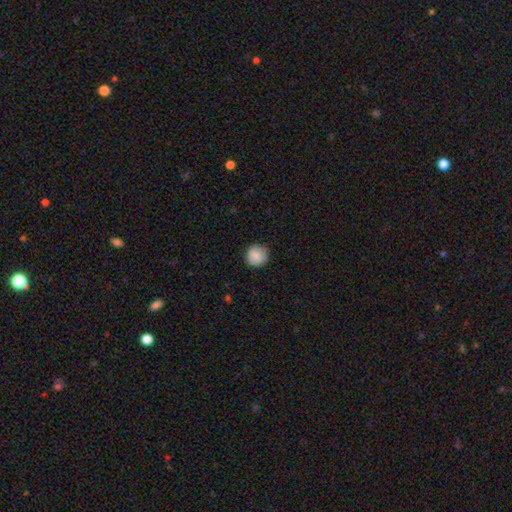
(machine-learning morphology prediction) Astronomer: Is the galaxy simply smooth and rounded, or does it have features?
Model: smooth — 87%.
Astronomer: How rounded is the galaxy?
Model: round — 93%.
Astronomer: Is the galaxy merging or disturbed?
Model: none — 86%.